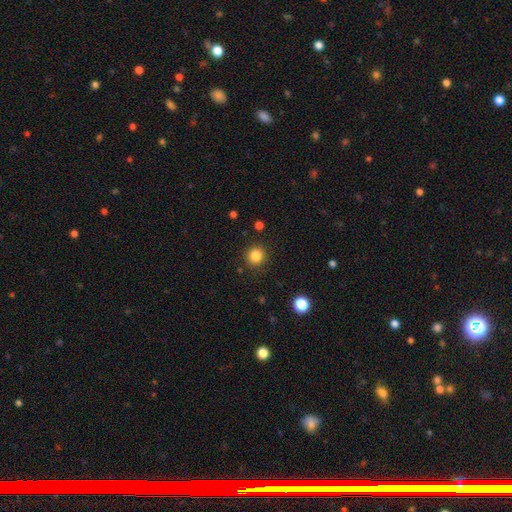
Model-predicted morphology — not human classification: type=smooth (84%); roundness=round (92%); merging=none (90%).